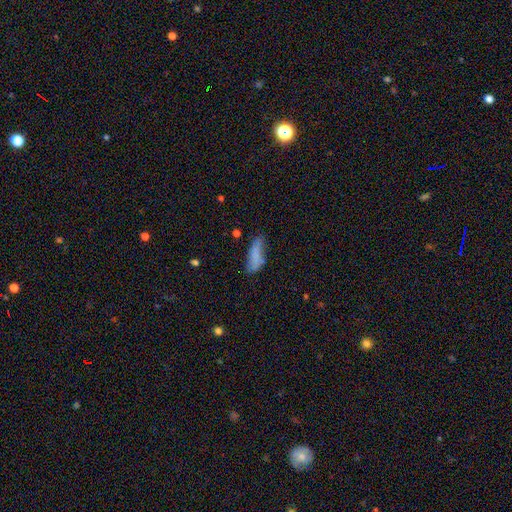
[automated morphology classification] Smooth or featured? Predicted: smooth (p=0.75). How rounded? Predicted: in between (p=0.59). Merging? Predicted: none (p=0.48).